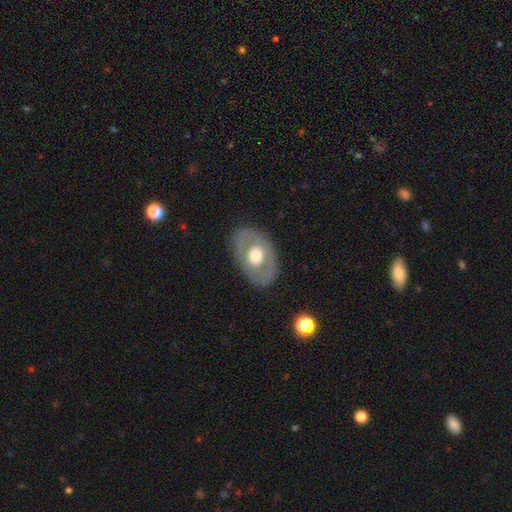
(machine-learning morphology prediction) smooth-or-featured: featured or disk: 50% | smooth: 44% | star or artifact: 5%
  disk-edge-on: no: 91% | yes: 9%
  merging: none: 82% | minor disturbance: 12% | major disturbance: 5% | merger: 1%